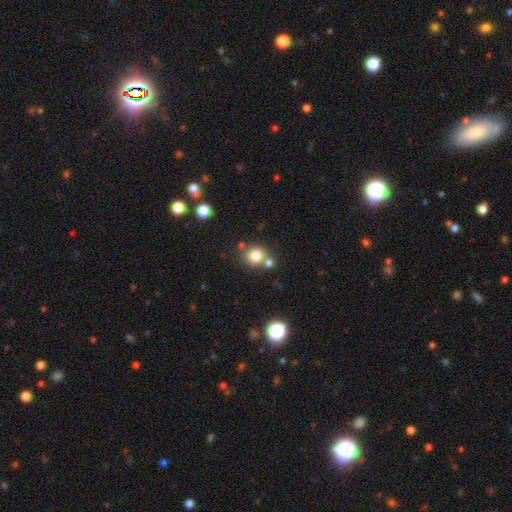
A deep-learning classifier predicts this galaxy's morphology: The model was most divided on "merging": none: 64%, merger: 22%, minor disturbance: 10%, major disturbance: 4%. More confident: how rounded — round (83%); smooth or featured — smooth (79%).